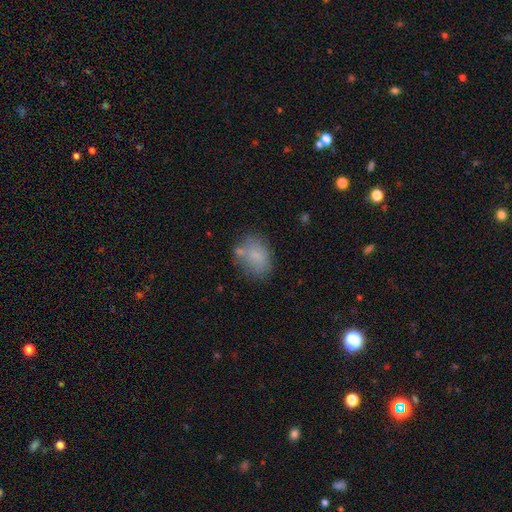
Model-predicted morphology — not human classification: A smooth galaxy with no disk features (75%) that is in between round and cigar-shaped (75%). Merging: none (55%).